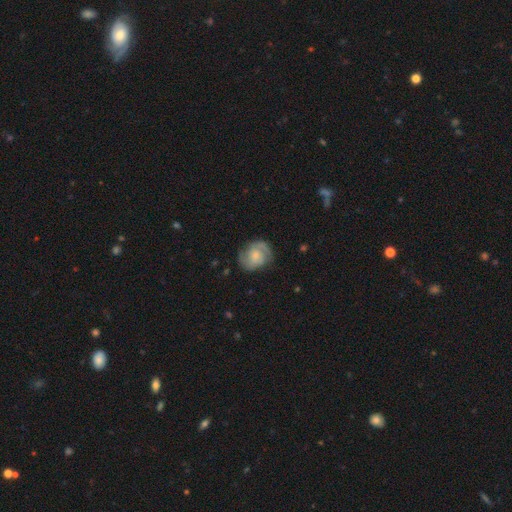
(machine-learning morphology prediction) The model was most divided on "spiral winding": medium: 46%, tight: 35%, loose: 19%. More confident: edge-on disk — no (98%); spiral arms — yes (90%); spiral arm count — 2 (77%); merging — none (70%); bar — no (66%); smooth or featured — featured or disk (66%); bulge size — small (51%).